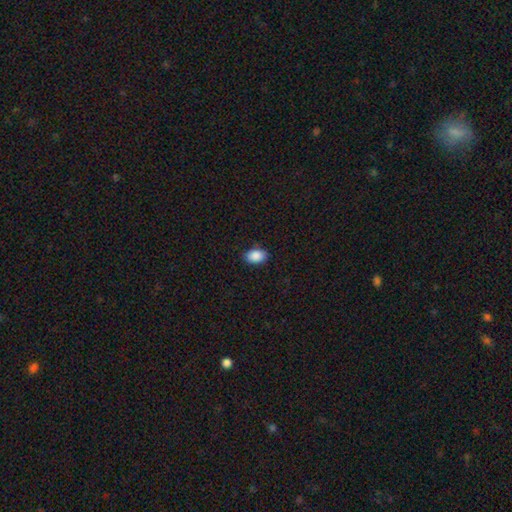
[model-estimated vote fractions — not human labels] Smooth or featured? smooth (89%)
How rounded? in between (86%)
Merging? none (86%)